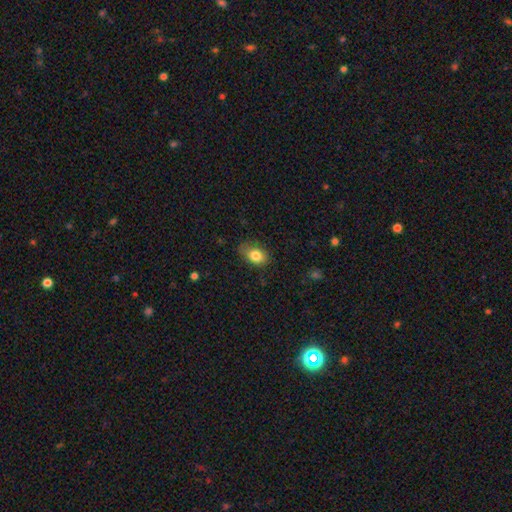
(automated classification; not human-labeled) Smooth or featured?
  - smooth: 81% *
  - featured or disk: 10%
  - star or artifact: 9%
How rounded?
  - in between: 77% *
  - round: 21%
  - cigar-shaped: 1%
Merging?
  - none: 64% *
  - minor disturbance: 27%
  - major disturbance: 7%
  - merger: 1%